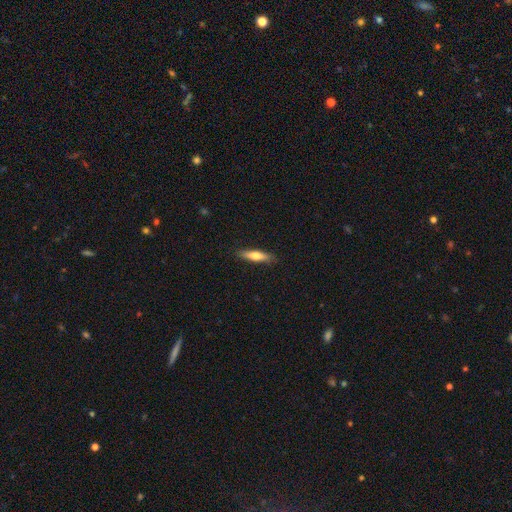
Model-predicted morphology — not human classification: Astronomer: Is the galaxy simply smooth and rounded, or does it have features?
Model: smooth — 64%.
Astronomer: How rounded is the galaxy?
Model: cigar-shaped — 75%.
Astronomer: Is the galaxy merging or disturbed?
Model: none — 88%.